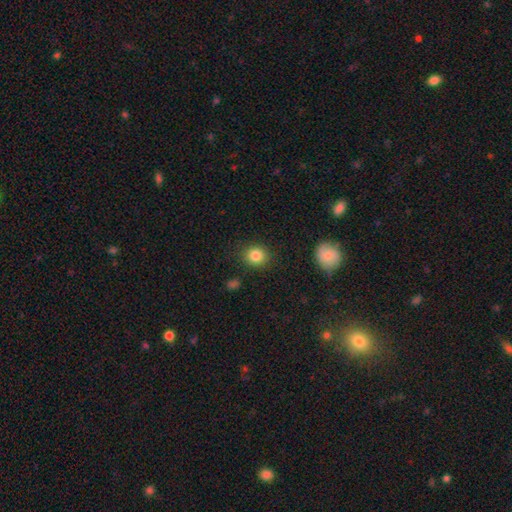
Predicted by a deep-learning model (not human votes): Q: Smooth or featured?
A: smooth (84%); runner-up: star or artifact (10%)
Q: How rounded?
A: round (81%); runner-up: in between (18%)
Q: Merging?
A: none (88%); runner-up: minor disturbance (8%)